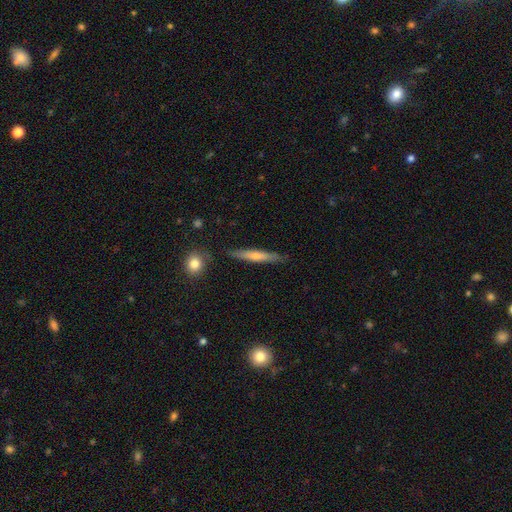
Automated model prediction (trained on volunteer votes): Morphology: type=featured or disk (56%); edge-on=yes (95%); edge-on bulge=rounded (63%); merging=none (88%).